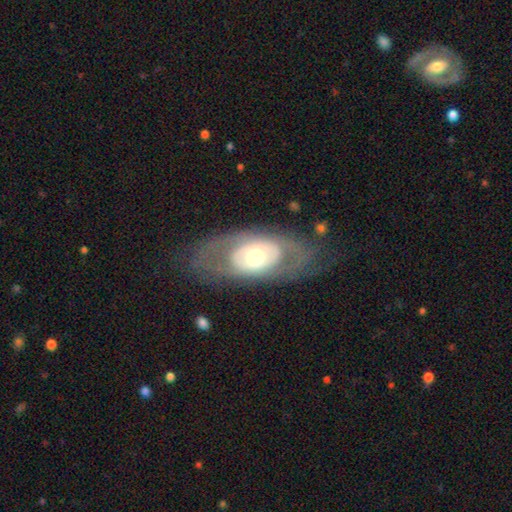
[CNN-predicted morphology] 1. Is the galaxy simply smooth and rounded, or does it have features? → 65% featured or disk, 29% smooth, 5% star or artifact.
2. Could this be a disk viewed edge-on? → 89% no, 11% yes.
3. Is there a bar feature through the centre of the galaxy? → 82% no, 13% weak, 6% strong.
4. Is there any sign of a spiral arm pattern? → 72% no, 28% yes.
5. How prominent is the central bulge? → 64% moderate, 16% large, 16% small, 2% dominant, 1% none.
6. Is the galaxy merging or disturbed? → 73% none, 15% minor disturbance, 11% major disturbance, 2% merger.